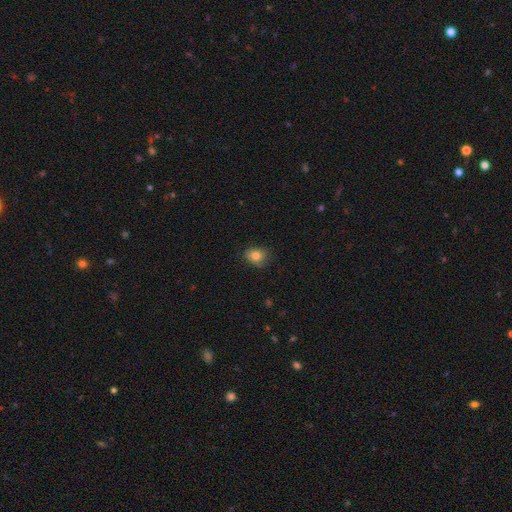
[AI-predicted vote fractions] Smooth or featured? smooth (81%)
How rounded? in between (50%)
Merging? none (75%)